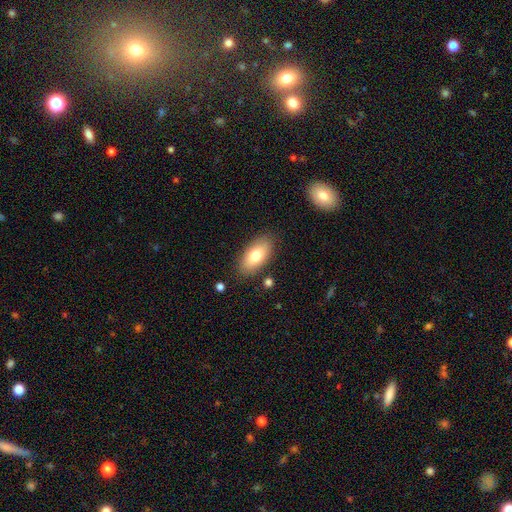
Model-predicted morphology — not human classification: Smooth or featured? Predicted: smooth (p=0.76). How rounded? Predicted: in between (p=0.90). Merging? Predicted: none (p=0.84).